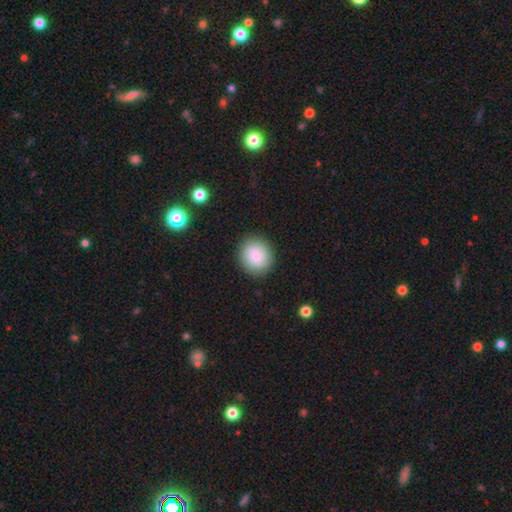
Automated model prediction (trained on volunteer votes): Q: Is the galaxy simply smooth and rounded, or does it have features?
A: smooth — 87%.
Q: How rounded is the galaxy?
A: round — 83%.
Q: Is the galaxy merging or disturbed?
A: none — 89%.